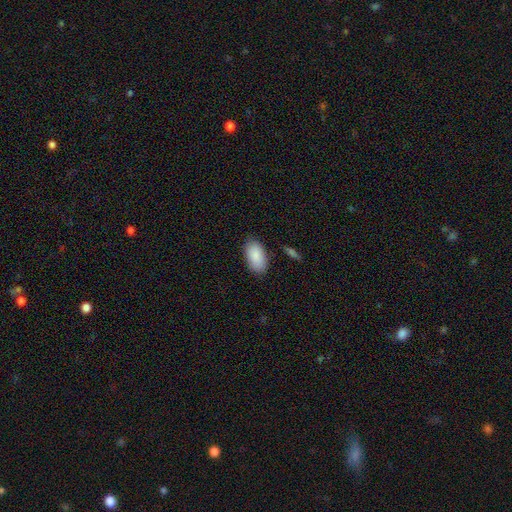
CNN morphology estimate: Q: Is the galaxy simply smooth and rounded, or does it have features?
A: smooth — 89%.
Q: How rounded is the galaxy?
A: in between — 95%.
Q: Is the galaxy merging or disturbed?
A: none — 84%.